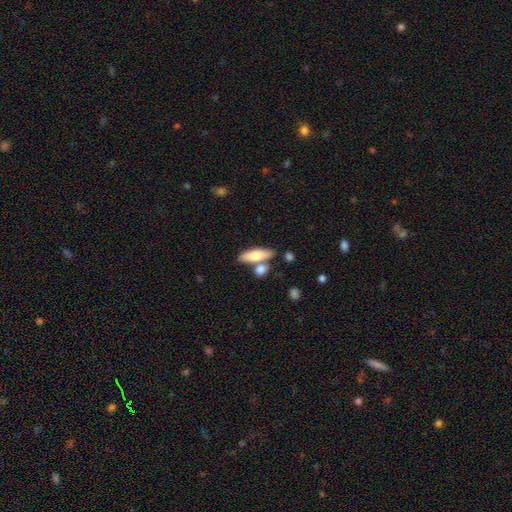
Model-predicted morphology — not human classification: smooth 74%, featured or disk 20%, star or artifact 6%. Down the decision tree: how rounded — in between (52%); merging — none (61%).